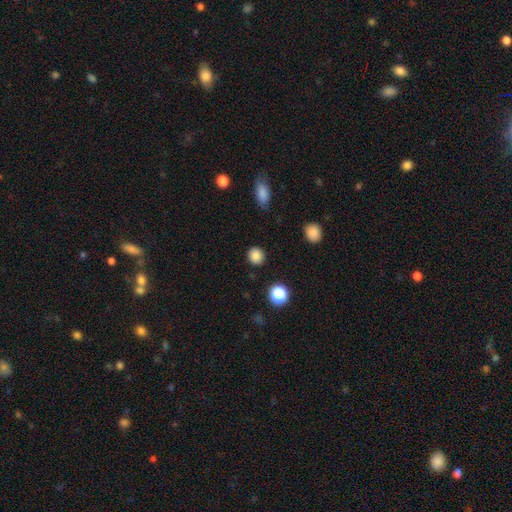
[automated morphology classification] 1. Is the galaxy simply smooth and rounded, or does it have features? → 85% smooth, 11% star or artifact, 4% featured or disk.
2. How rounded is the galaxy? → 88% round, 11% in between, 1% cigar-shaped.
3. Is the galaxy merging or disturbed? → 90% none, 7% minor disturbance, 2% major disturbance, 1% merger.